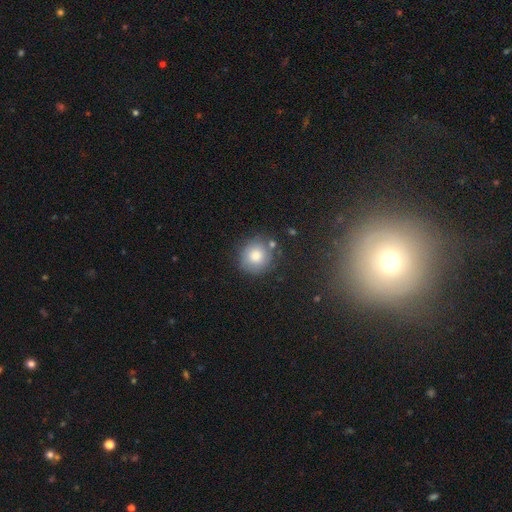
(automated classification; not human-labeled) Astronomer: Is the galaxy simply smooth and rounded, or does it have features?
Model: smooth — 79%.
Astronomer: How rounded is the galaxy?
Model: round — 88%.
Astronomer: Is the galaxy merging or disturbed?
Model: none — 75%.